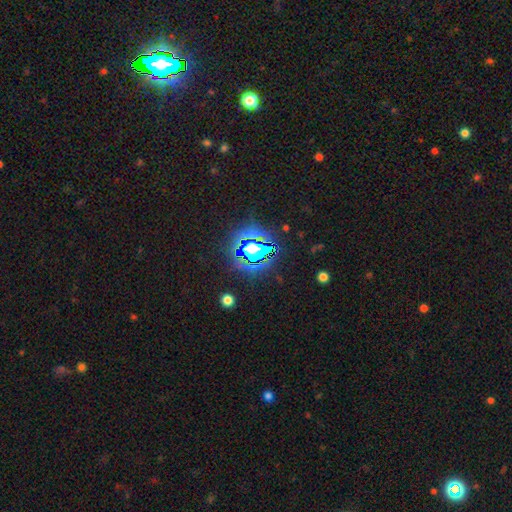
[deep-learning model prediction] Overall: star or artifact (65%).